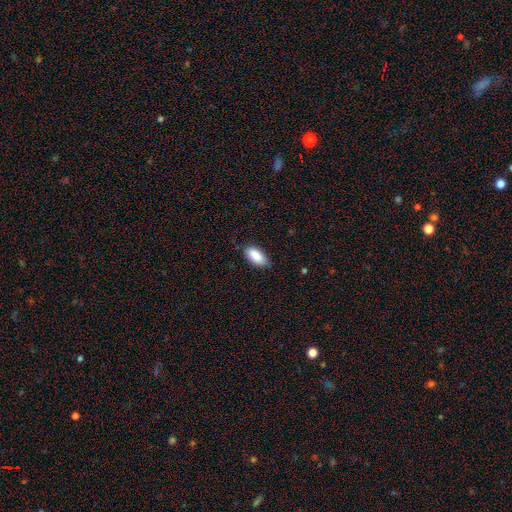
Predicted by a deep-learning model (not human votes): smooth 88%, star or artifact 7%, featured or disk 6%. Down the decision tree: how rounded — in between (92%); merging — none (75%).